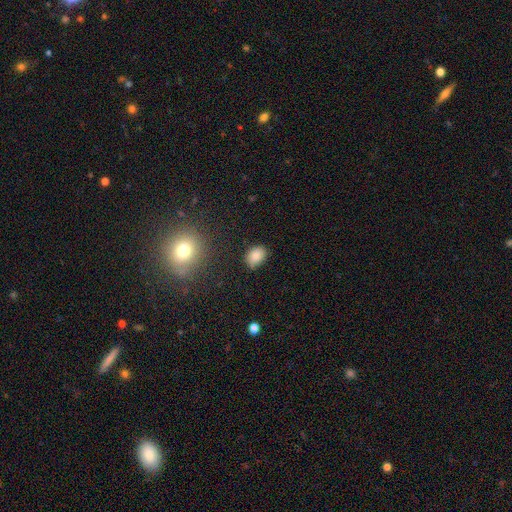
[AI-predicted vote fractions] Overall: smooth (84%). How rounded: in between (70%). Merging: none (76%).